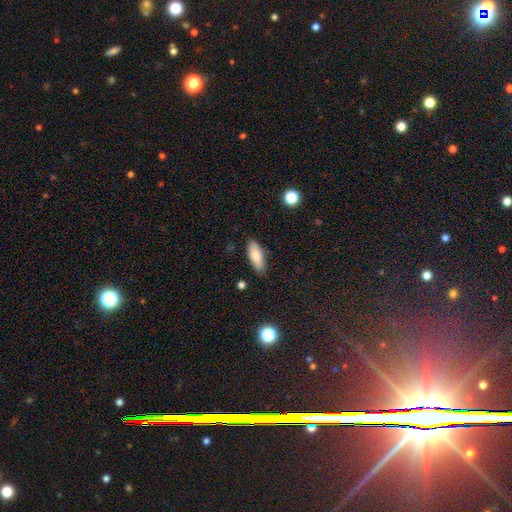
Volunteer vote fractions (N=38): Smooth or featured?
  - smooth: 79% *
  - featured or disk: 11%
  - star or artifact: 11%
How rounded?
  - in between: 70% *
  - cigar-shaped: 23%
  - round: 7%
Merging?
  - none: 82% *
  - minor disturbance: 12%
  - major disturbance: 6%
  - merger: 0%